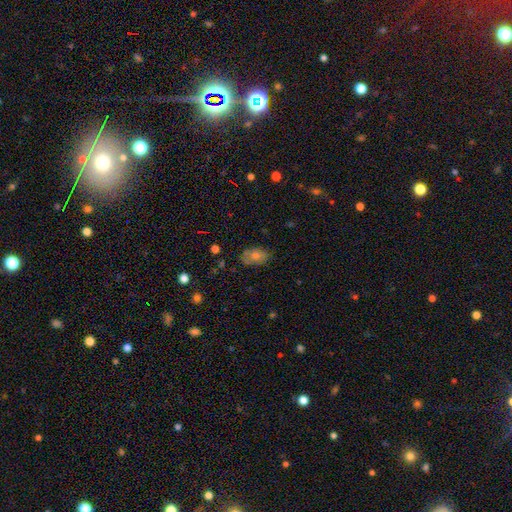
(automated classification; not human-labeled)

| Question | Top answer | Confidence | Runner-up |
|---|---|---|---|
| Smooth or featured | smooth | 55% | featured or disk (27%) |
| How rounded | in between | 86% | round (11%) |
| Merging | none | 73% | minor disturbance (19%) |